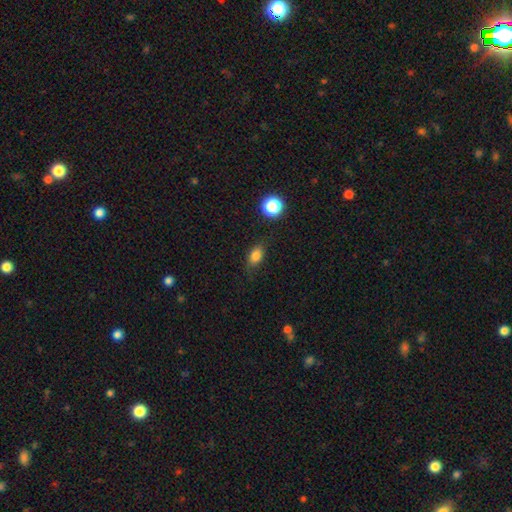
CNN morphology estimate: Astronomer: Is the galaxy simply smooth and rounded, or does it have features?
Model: smooth — 81%.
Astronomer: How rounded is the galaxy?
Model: in between — 78%.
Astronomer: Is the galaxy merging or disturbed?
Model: none — 79%.